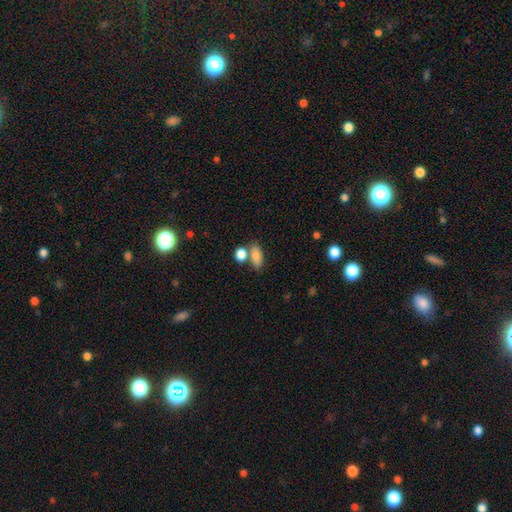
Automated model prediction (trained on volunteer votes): The model was most divided on "merging": none: 57%, merger: 27%, minor disturbance: 12%, major disturbance: 4%. More confident: smooth or featured — smooth (82%); how rounded — in between (81%).